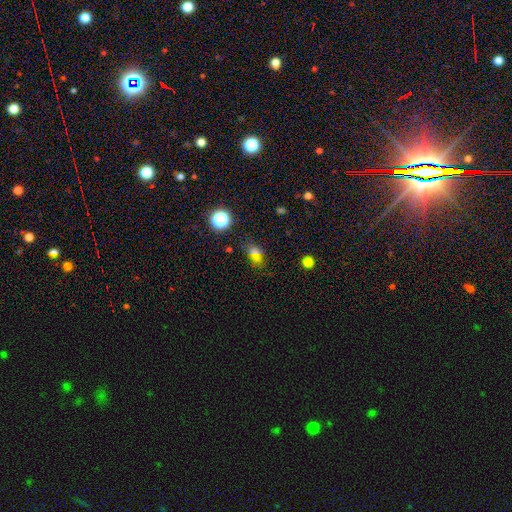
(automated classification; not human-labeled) This is possibly a smooth galaxy (59%). How rounded: likely in between (61%). Merging: likely none (69%).